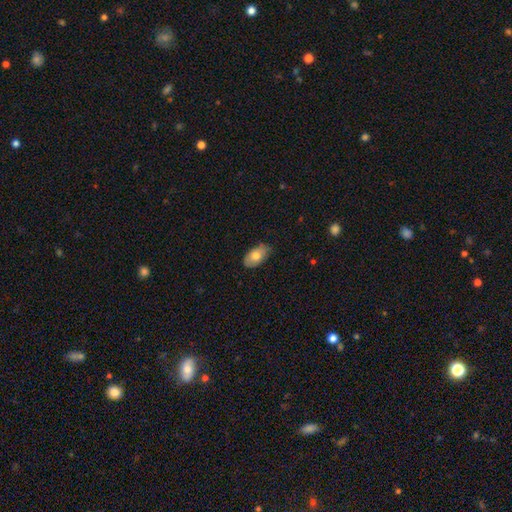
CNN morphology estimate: A smooth galaxy with no disk features (74%) that is in between round and cigar-shaped (94%). Merging: none (79%).